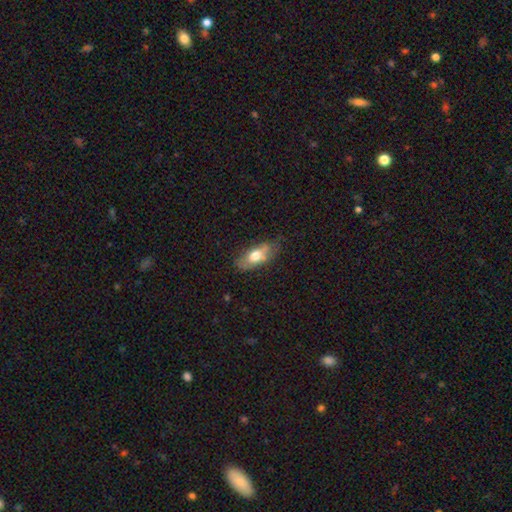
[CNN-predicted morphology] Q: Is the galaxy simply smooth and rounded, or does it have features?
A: smooth — 62%.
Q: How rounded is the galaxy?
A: in between — 80%.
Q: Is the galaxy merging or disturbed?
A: none — 59%.